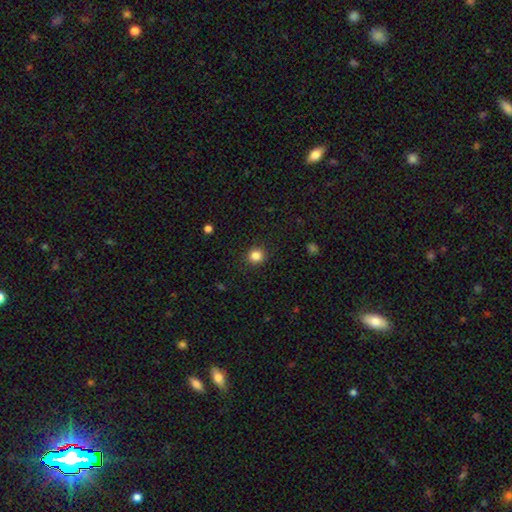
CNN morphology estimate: Smooth or featured?
  - smooth: 84% *
  - star or artifact: 12%
  - featured or disk: 4%
How rounded?
  - round: 91% *
  - in between: 8%
  - cigar-shaped: 1%
Merging?
  - none: 91% *
  - minor disturbance: 6%
  - major disturbance: 2%
  - merger: 1%